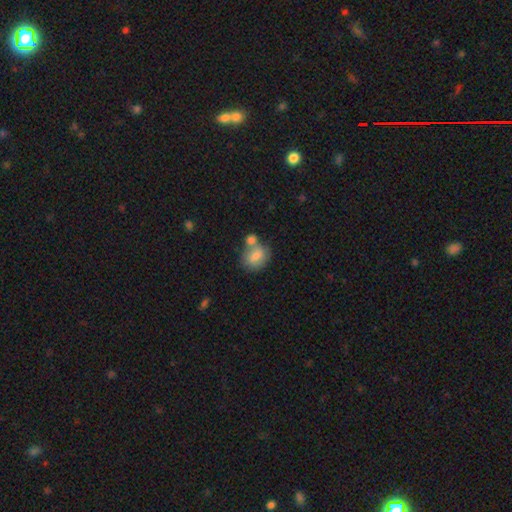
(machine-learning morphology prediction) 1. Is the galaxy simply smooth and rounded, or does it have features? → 78% smooth, 14% featured or disk, 8% star or artifact.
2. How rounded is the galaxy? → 60% in between, 39% round, 2% cigar-shaped.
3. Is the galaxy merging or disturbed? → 41% none, 39% merger, 15% minor disturbance, 5% major disturbance.